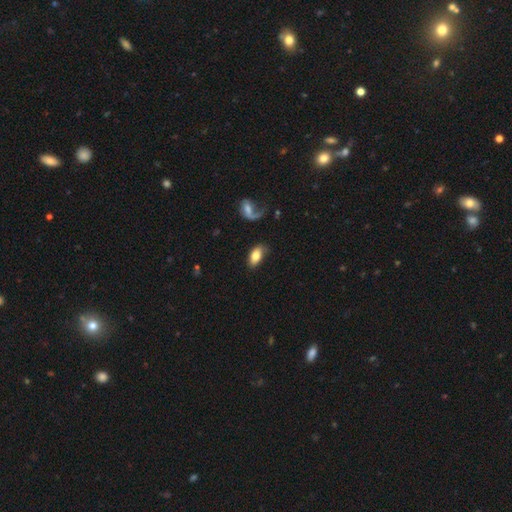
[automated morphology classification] Smooth or featured: smooth — 77% (featured or disk — 16%)
How rounded: in between — 92% (round — 5%)
Merging: none — 69% (minor disturbance — 17%)